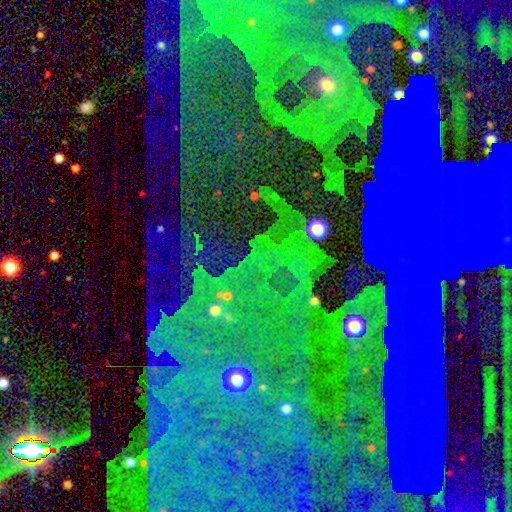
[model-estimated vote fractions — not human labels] A star or artifact, not a galaxy (81%).

Vote fractions:
- Smooth or featured? star or artifact: 81% / featured or disk: 11% / smooth: 8%